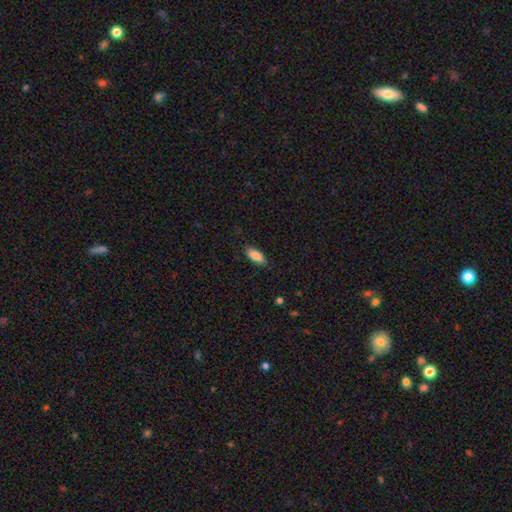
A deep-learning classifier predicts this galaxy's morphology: Smooth or featured? Predicted: smooth (p=0.85). How rounded? Predicted: in between (p=0.80). Merging? Predicted: none (p=0.85).